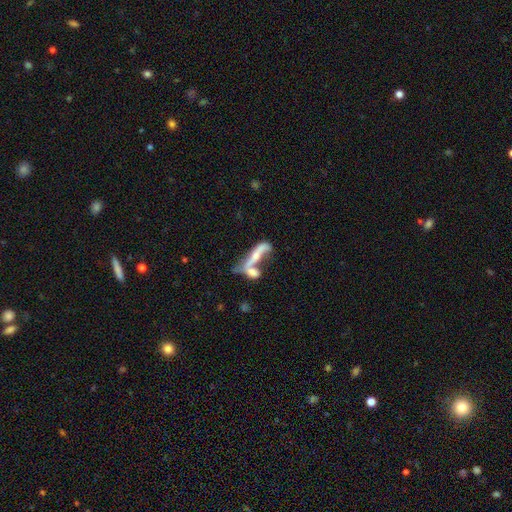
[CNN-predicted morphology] Smooth or featured? featured or disk (48%)
Merging? merger (58%)